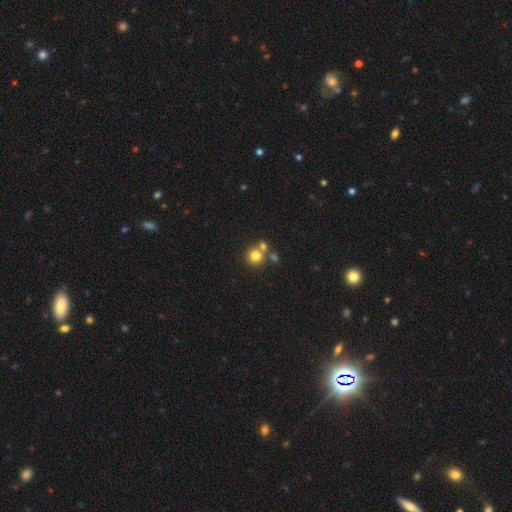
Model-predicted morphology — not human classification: smooth-or-featured: smooth: 78% | star or artifact: 12% | featured or disk: 10%
  how-rounded: round: 90% | in between: 9% | cigar-shaped: 1%
  merging: none: 58% | merger: 31% | minor disturbance: 8% | major disturbance: 3%